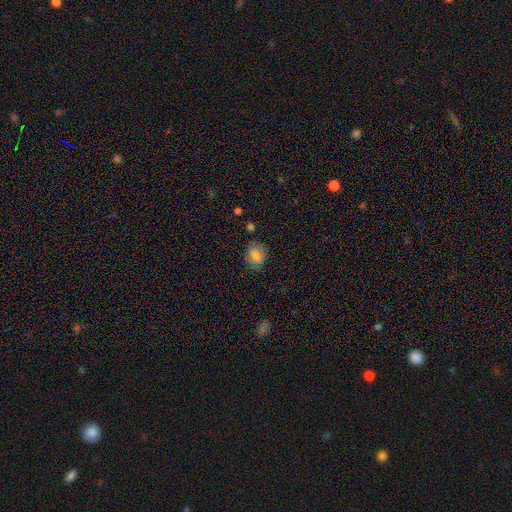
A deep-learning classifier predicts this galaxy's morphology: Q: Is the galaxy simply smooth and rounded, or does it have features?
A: smooth — 71%.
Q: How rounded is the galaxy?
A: in between — 57%.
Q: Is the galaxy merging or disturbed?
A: none — 71%.